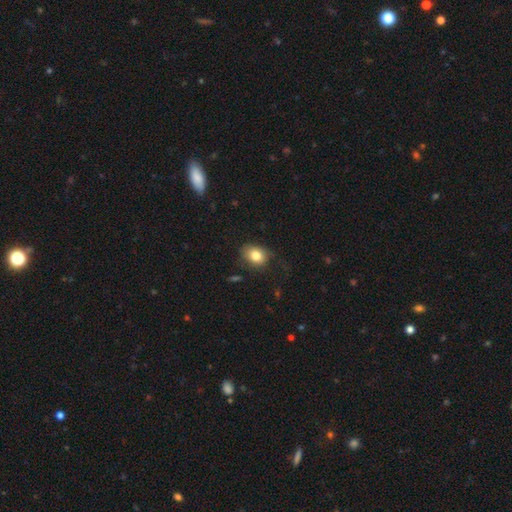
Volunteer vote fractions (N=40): Volunteers were most divided on "how rounded": in between: 72%, round: 28%, cigar-shaped: 0%. More confident: smooth or featured — smooth (80%); merging — none (72%).